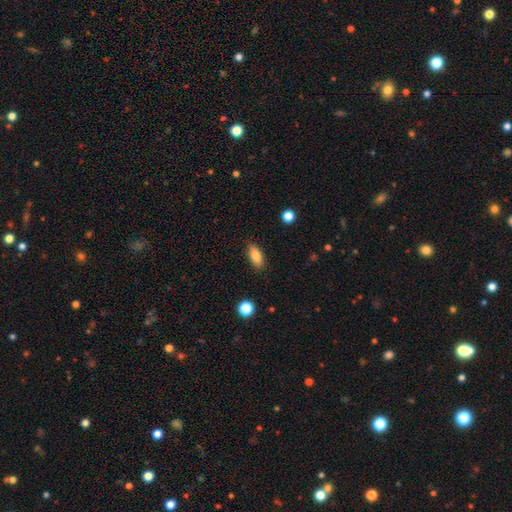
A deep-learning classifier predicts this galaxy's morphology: smooth_or_featured: smooth (p=0.83) [alt: featured or disk p=0.09]
how_rounded: in between (p=0.84) [alt: cigar-shaped p=0.12]
merging: none (p=0.87) [alt: minor disturbance p=0.09]